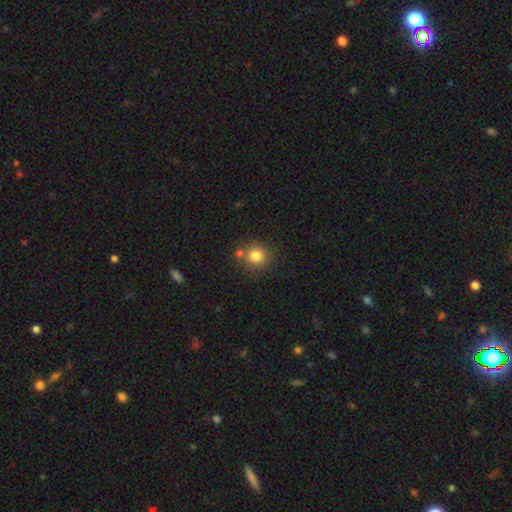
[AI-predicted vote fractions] Overall: smooth (82%). How rounded: round (89%). Merging: none (72%).